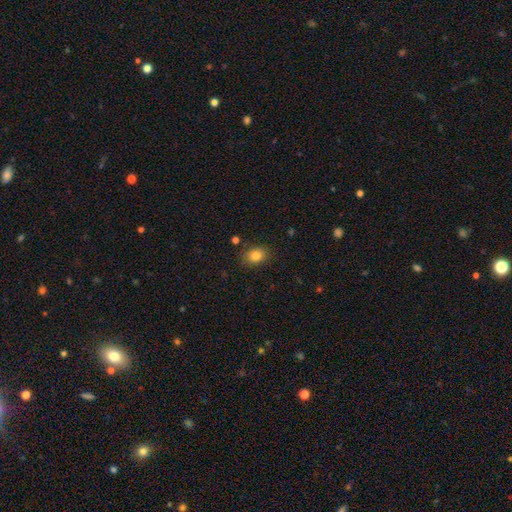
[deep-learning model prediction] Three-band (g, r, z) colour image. It shows a smooth galaxy with no disk features (83%) that is in between round and cigar-shaped (61%). Merging: none (84%).